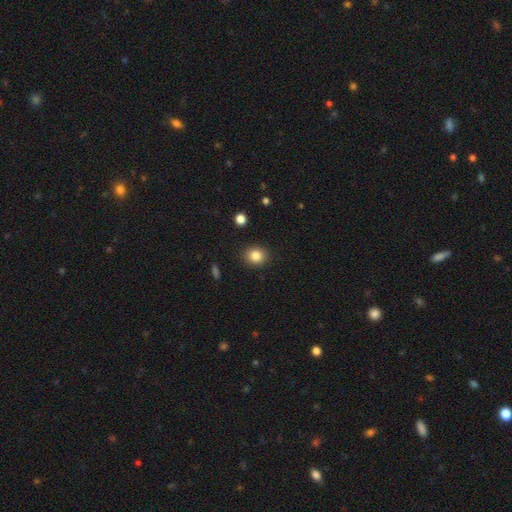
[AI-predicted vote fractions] smooth-or-featured: smooth: 85% | star or artifact: 10% | featured or disk: 5%
  how-rounded: round: 76% | in between: 23% | cigar-shaped: 1%
  merging: none: 90% | minor disturbance: 7% | major disturbance: 2% | merger: 1%